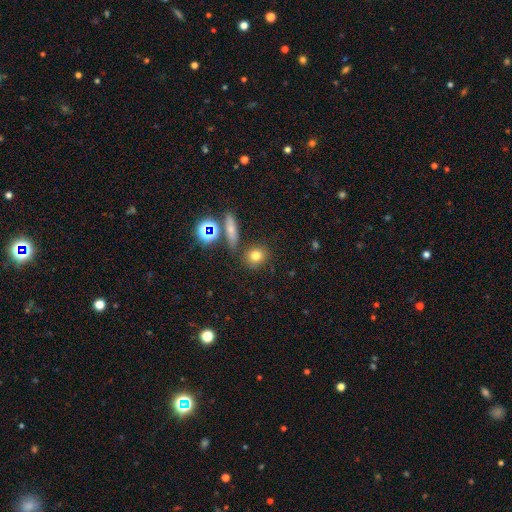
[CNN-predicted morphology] Q: Smooth or featured?
A: smooth (74%); runner-up: star or artifact (17%)
Q: How rounded?
A: round (79%); runner-up: in between (18%)
Q: Merging?
A: none (78%); runner-up: minor disturbance (10%)